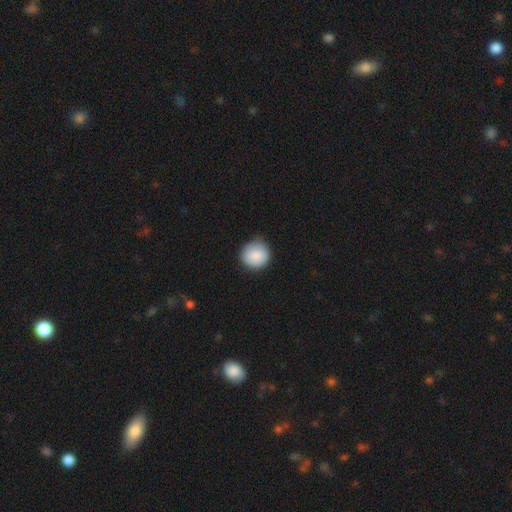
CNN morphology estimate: type=smooth (88%); roundness=round (91%); merging=none (83%).